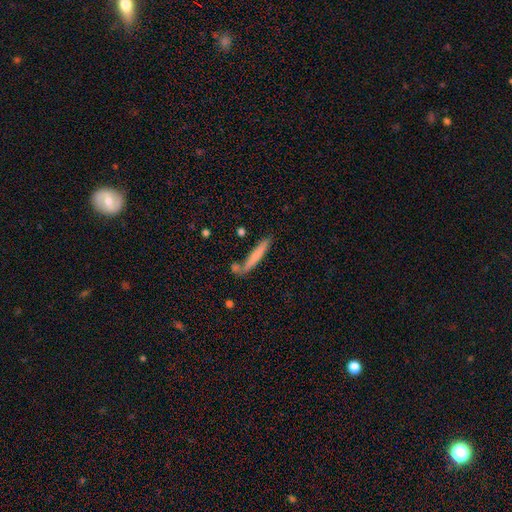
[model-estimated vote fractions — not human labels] This appears to be a smooth galaxy with no disk features (69%) that is cigar-shaped (94%). Merging: none (72%).